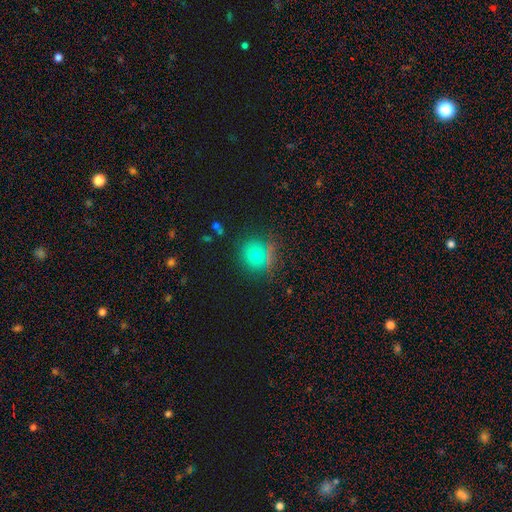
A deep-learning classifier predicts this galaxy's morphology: smooth-or-featured: smooth: 70% | star or artifact: 19% | featured or disk: 11%
  how-rounded: round: 89% | in between: 10% | cigar-shaped: 1%
  merging: none: 78% | minor disturbance: 11% | merger: 7% | major disturbance: 4%